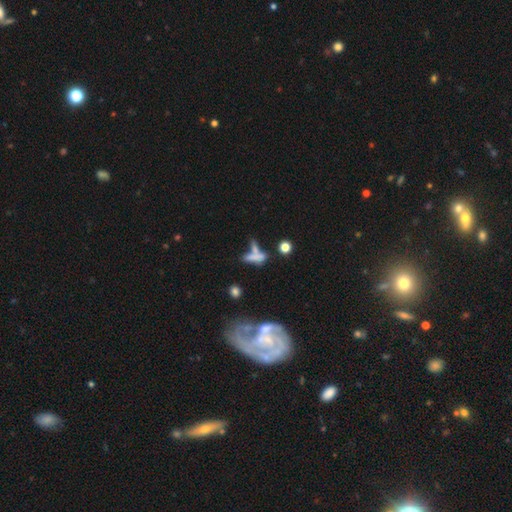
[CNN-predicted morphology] This appears to be a smooth galaxy with no disk features (59%) that is cigar-shaped (60%). Merging: merger (41%).